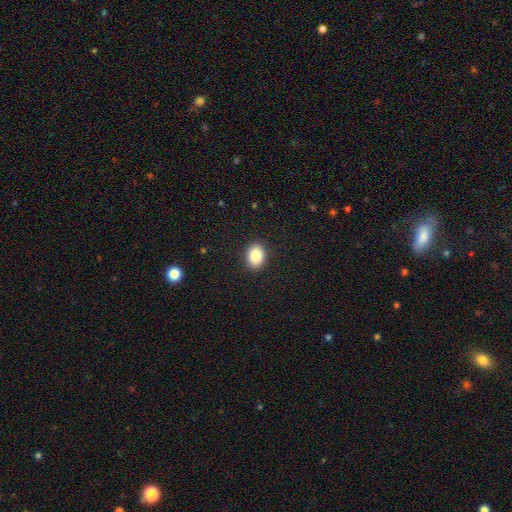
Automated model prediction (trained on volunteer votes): Smooth or featured: smooth — 86% (star or artifact — 8%)
How rounded: in between — 65% (round — 34%)
Merging: none — 90% (minor disturbance — 7%)